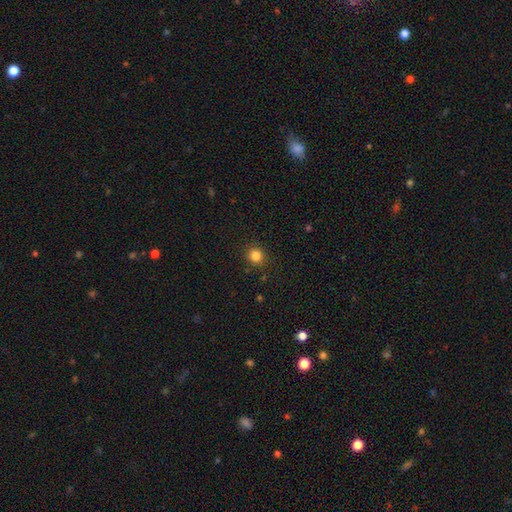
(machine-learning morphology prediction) Smooth or featured?
  - smooth: 83% *
  - star or artifact: 13%
  - featured or disk: 4%
How rounded?
  - round: 87% *
  - in between: 12%
  - cigar-shaped: 1%
Merging?
  - none: 89% *
  - minor disturbance: 7%
  - major disturbance: 2%
  - merger: 1%